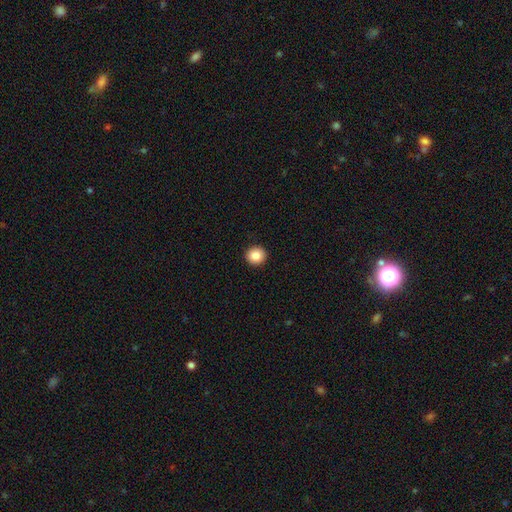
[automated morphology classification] Overall: smooth (86%). How rounded: round (91%). Merging: none (93%).